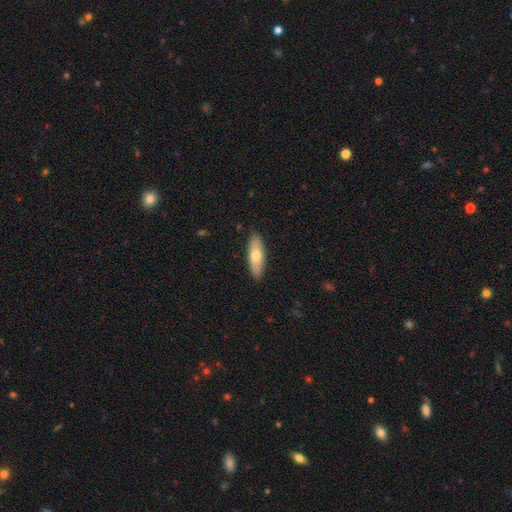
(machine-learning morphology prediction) Smooth or featured?
  - smooth: 67% *
  - featured or disk: 27%
  - star or artifact: 6%
How rounded?
  - in between: 57% *
  - cigar-shaped: 40%
  - round: 2%
Merging?
  - none: 89% *
  - minor disturbance: 8%
  - major disturbance: 2%
  - merger: 1%